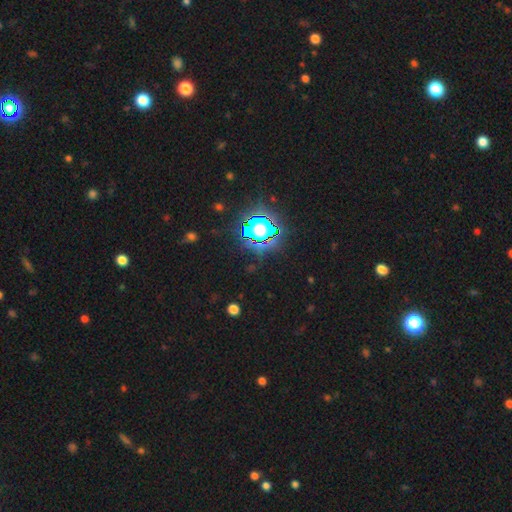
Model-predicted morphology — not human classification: Overall: star or artifact (79%).